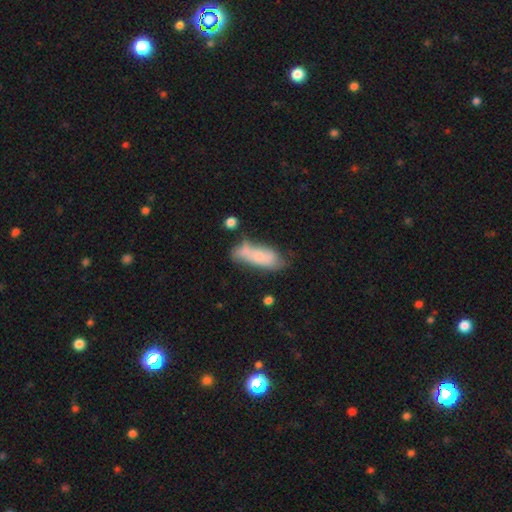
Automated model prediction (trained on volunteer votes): Q: Smooth or featured?
A: smooth (63%); runner-up: featured or disk (30%)
Q: How rounded?
A: in between (69%); runner-up: cigar-shaped (29%)
Q: Merging?
A: none (39%); runner-up: minor disturbance (27%)